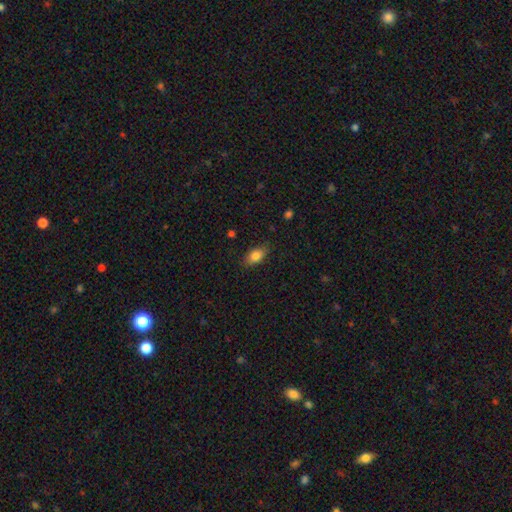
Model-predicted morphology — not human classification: smooth_or_featured: smooth (p=0.81) [alt: featured or disk p=0.10]
how_rounded: in between (p=0.88) [alt: round p=0.07]
merging: none (p=0.83) [alt: minor disturbance p=0.13]